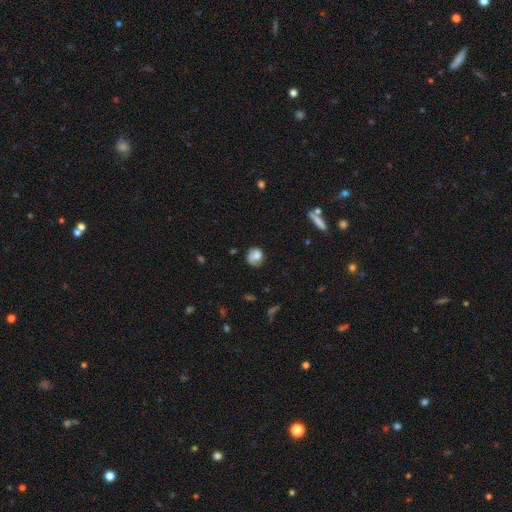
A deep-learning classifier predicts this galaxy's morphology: Smooth or featured: smooth — 67% (featured or disk — 24%)
How rounded: round — 78% (in between — 20%)
Merging: none — 60% (minor disturbance — 26%)